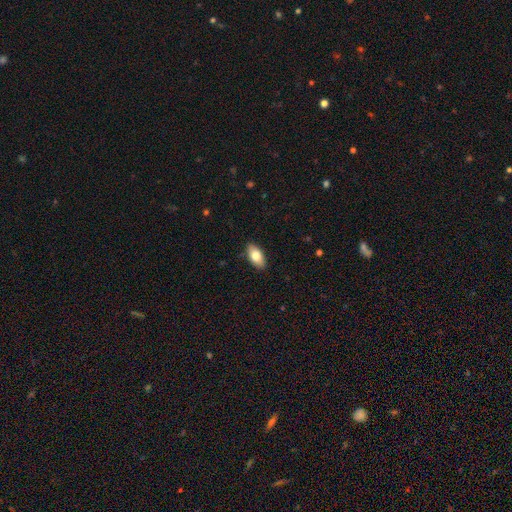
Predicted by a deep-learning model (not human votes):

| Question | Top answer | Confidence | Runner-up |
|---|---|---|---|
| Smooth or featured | smooth | 77% | featured or disk (16%) |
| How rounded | in between | 91% | cigar-shaped (6%) |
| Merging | none | 89% | minor disturbance (8%) |